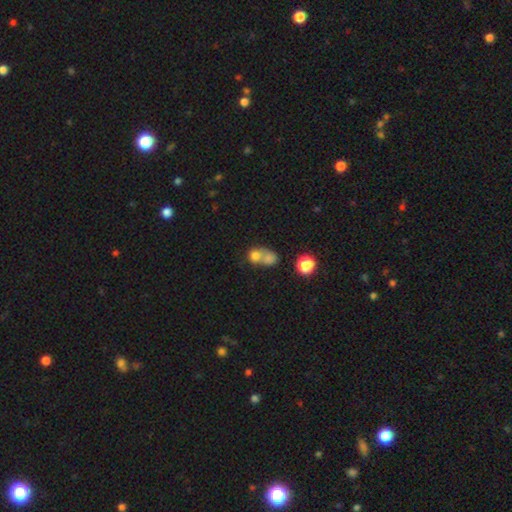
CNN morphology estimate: Q: Smooth or featured?
A: smooth (73%); runner-up: featured or disk (15%)
Q: How rounded?
A: round (70%); runner-up: in between (29%)
Q: Merging?
A: merger (66%); runner-up: none (24%)